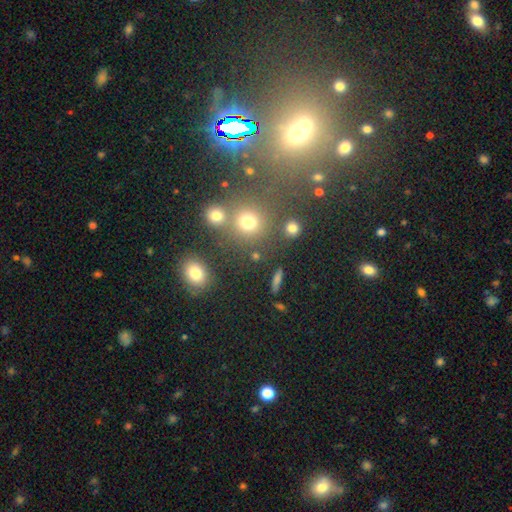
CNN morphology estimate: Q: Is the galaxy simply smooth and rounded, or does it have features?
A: smooth — 64%.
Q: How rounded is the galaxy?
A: round — 67%.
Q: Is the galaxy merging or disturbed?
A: none — 76%.